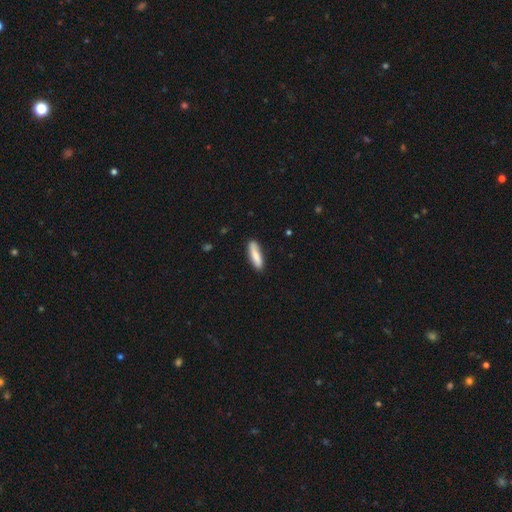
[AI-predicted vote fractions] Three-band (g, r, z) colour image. It shows a smooth galaxy with no disk features (83%) that is cigar-shaped (69%). Merging: none (83%).